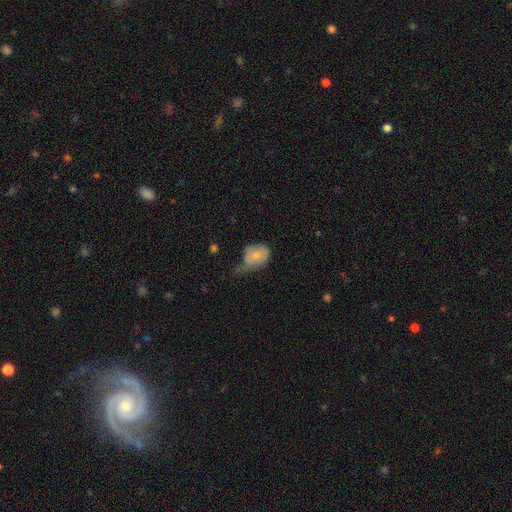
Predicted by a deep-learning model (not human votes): Smooth or featured? Predicted: smooth (p=0.67). How rounded? Predicted: in between (p=0.63). Merging? Predicted: minor disturbance (p=0.39).